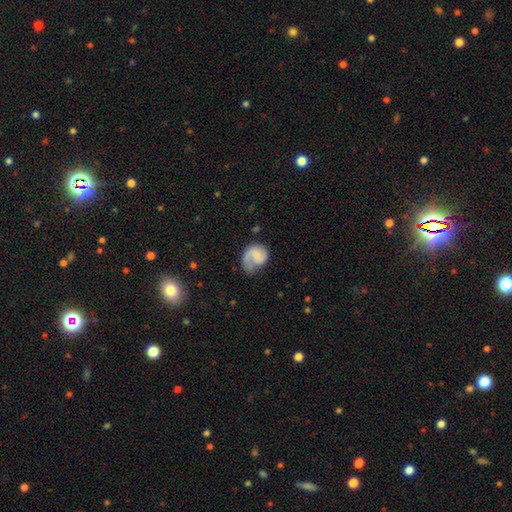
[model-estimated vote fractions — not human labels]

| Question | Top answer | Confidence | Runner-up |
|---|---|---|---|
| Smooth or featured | featured or disk | 55% | smooth (38%) |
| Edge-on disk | no | 98% | yes (2%) |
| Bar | no | 61% | weak (33%) |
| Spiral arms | yes | 90% | no (10%) |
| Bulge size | none | 47% | small (33%) |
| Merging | none | 42% | major disturbance (30%) |